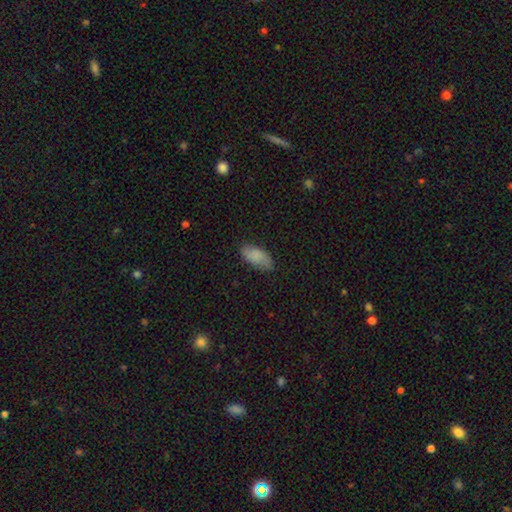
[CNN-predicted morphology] smooth_or_featured: smooth (p=0.82) [alt: featured or disk p=0.12]
how_rounded: in between (p=0.91) [alt: cigar-shaped p=0.06]
merging: none (p=0.78) [alt: minor disturbance p=0.18]